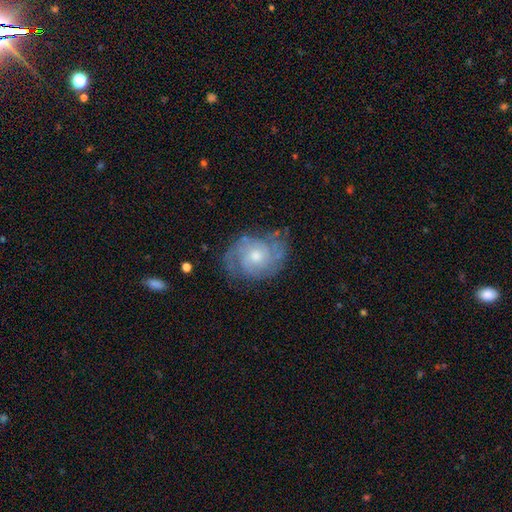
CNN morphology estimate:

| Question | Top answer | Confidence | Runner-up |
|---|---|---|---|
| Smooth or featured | featured or disk | 79% | smooth (15%) |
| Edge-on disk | no | 97% | yes (3%) |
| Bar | no | 76% | weak (22%) |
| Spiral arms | yes | 92% | no (8%) |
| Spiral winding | tight | 57% | medium (34%) |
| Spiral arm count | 2 | 42% | can't tell (30%) |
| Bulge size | moderate | 58% | small (36%) |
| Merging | none | 71% | minor disturbance (20%) |